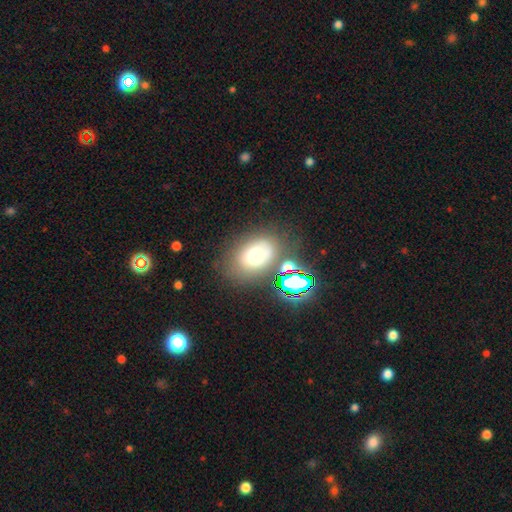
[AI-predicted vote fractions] A smooth galaxy with no disk features (62%) that is in between round and cigar-shaped (66%). Merging: none (65%).